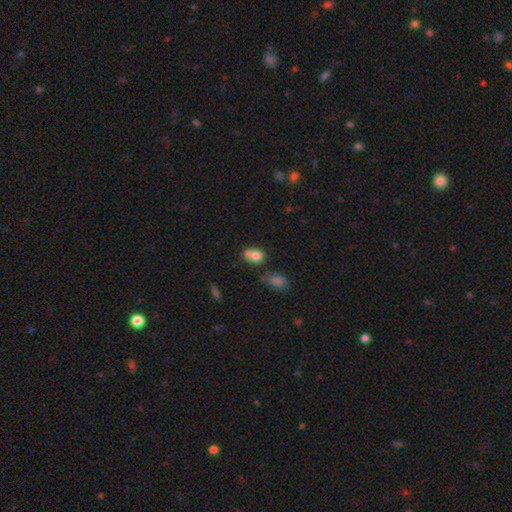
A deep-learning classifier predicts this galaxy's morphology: Smooth or featured? smooth (75%)
How rounded? round (52%)
Merging? merger (53%)